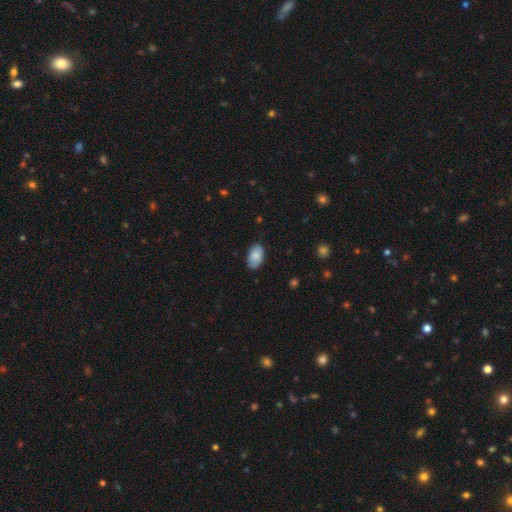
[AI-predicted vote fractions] Smooth or featured? Predicted: smooth (p=0.85). How rounded? Predicted: in between (p=0.93). Merging? Predicted: none (p=0.81).